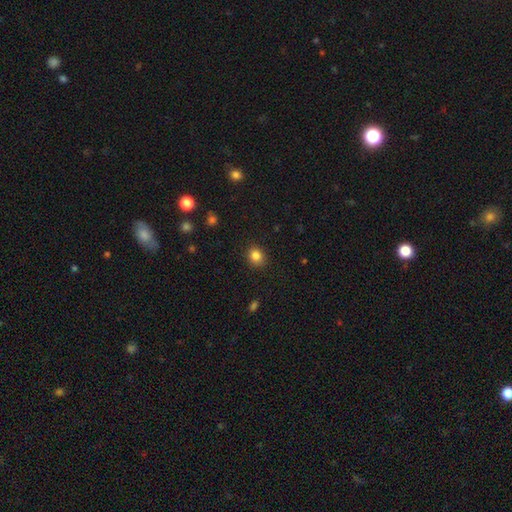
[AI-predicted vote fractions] smooth 84%, star or artifact 11%, featured or disk 5%. Down the decision tree: how rounded — round (71%); merging — none (89%).